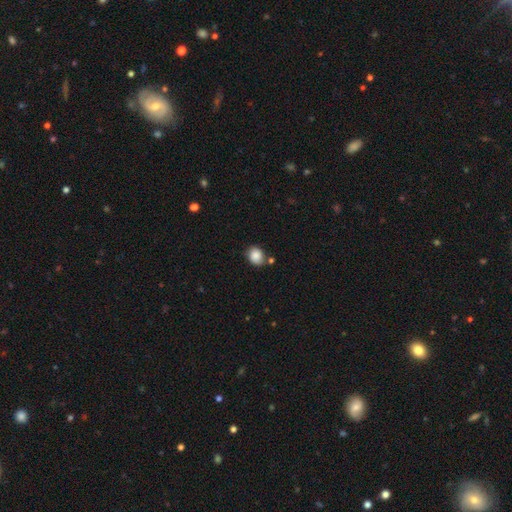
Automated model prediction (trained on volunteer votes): Overall: smooth (86%). How rounded: round (57%; in between 42%). Merging: none (68%).